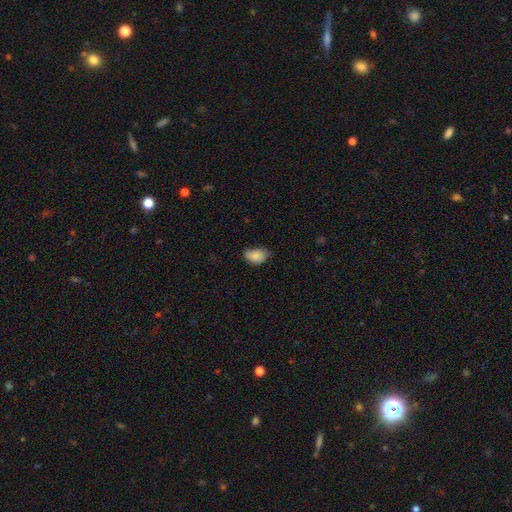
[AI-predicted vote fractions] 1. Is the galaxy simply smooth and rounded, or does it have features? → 86% smooth, 8% star or artifact, 7% featured or disk.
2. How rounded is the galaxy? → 86% in between, 13% round, 1% cigar-shaped.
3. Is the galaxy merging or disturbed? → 60% none, 33% minor disturbance, 6% major disturbance, 1% merger.